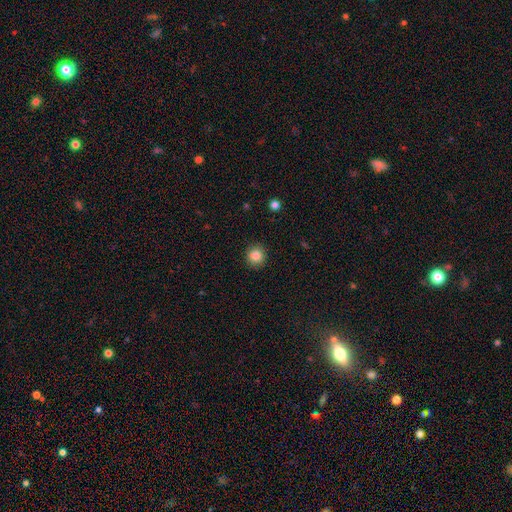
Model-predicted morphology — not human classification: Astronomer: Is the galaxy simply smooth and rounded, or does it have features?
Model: smooth — 84%.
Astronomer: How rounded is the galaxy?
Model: round — 90%.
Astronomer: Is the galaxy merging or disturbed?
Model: none — 91%.